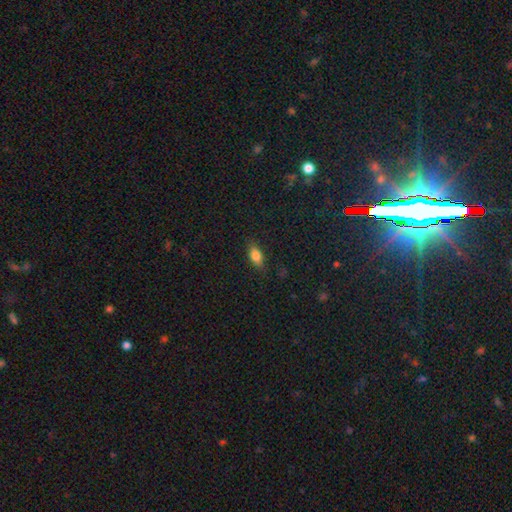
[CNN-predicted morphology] Q: Smooth or featured?
A: smooth (80%); runner-up: featured or disk (11%)
Q: How rounded?
A: in between (83%); runner-up: cigar-shaped (12%)
Q: Merging?
A: none (82%); runner-up: minor disturbance (14%)